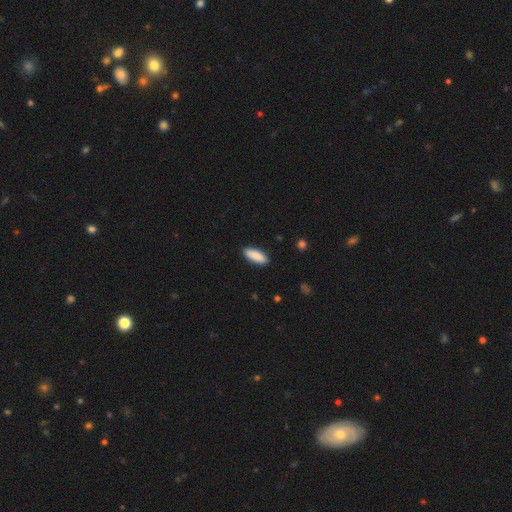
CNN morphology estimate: The model was most divided on "how rounded": in between: 71%, cigar-shaped: 28%, round: 2%. More confident: merging — none (90%); smooth or featured — smooth (89%).